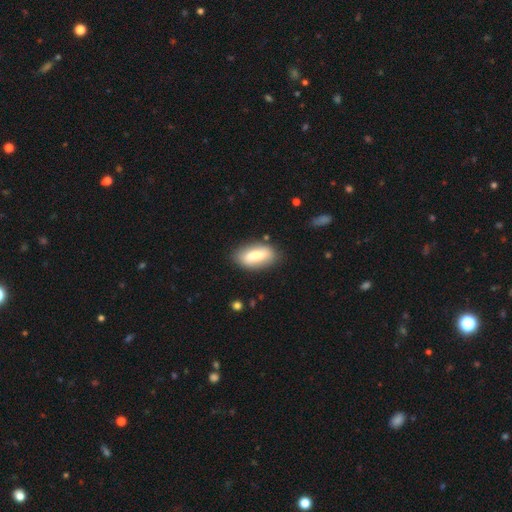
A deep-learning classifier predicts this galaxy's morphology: smooth_or_featured: smooth (p=0.69) [alt: featured or disk p=0.25]
how_rounded: in between (p=0.89) [alt: cigar-shaped p=0.08]
merging: none (p=0.80) [alt: minor disturbance p=0.14]